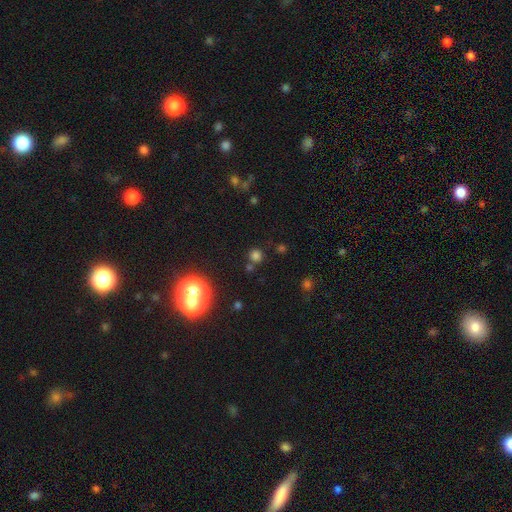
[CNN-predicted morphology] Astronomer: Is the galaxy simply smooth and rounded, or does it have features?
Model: smooth — 67%.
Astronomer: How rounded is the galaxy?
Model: round — 90%.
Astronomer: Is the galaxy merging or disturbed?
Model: none — 76%.